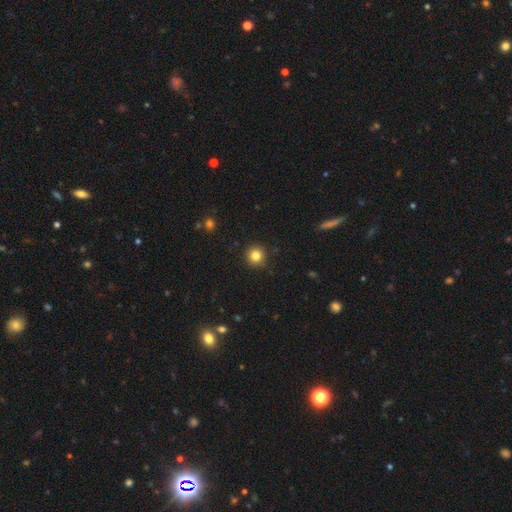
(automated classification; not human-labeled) Morphology: type=smooth (82%); roundness=round (95%); merging=none (90%).